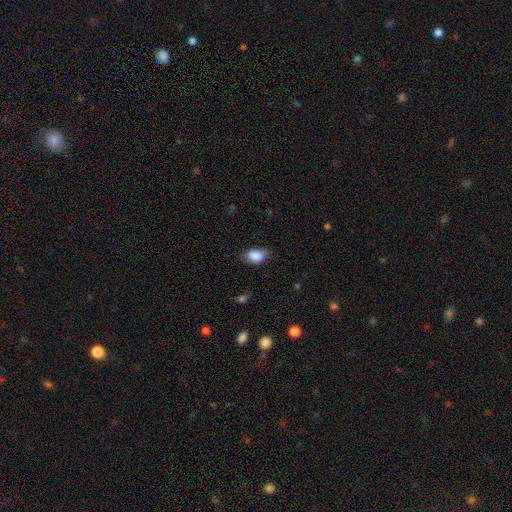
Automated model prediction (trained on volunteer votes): smooth 87%, star or artifact 7%, featured or disk 6%. Down the decision tree: how rounded — in between (88%); merging — none (69%).